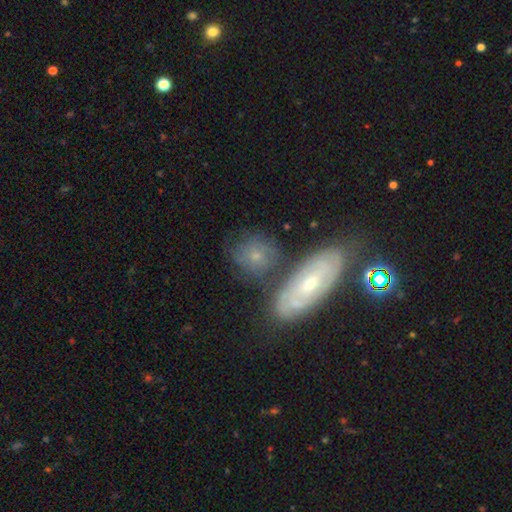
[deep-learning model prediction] This is possibly a smooth galaxy (52%). How rounded: likely round (62%). Merging: possibly none (59%).